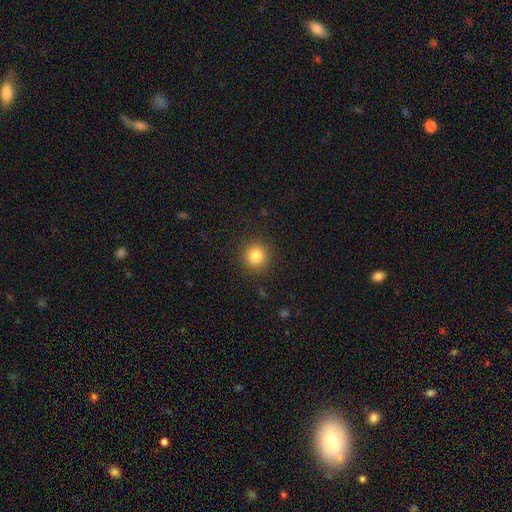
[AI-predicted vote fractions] smooth 84%, star or artifact 11%, featured or disk 5%. Down the decision tree: how rounded — round (93%); merging — none (91%).